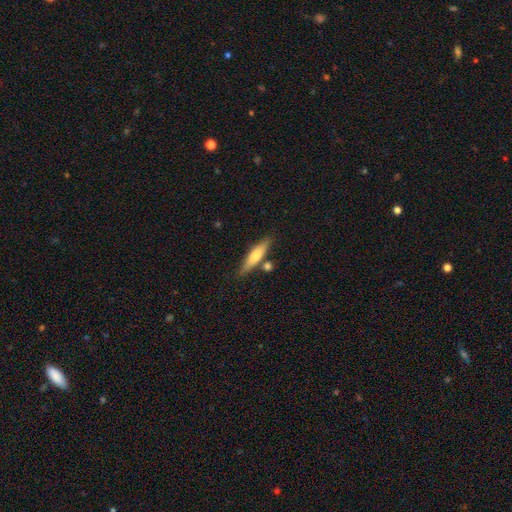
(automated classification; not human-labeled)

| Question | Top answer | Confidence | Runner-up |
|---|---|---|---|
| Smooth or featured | smooth | 65% | featured or disk (30%) |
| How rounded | cigar-shaped | 78% | in between (20%) |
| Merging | none | 74% | minor disturbance (12%) |